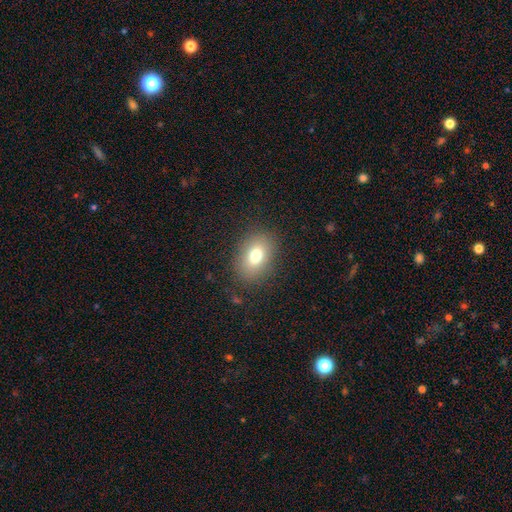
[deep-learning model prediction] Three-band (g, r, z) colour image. It shows a smooth galaxy with no disk features (75%) that is in between round and cigar-shaped (74%). Merging: none (85%).